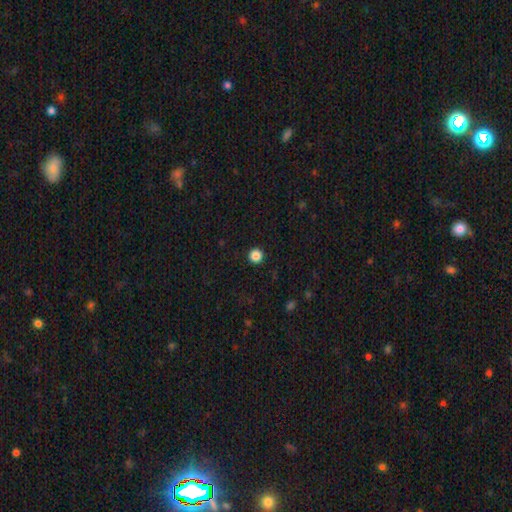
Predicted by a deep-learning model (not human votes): smooth-or-featured: smooth: 87% | star or artifact: 11% | featured or disk: 3%
  how-rounded: round: 95% | in between: 4% | cigar-shaped: 1%
  merging: none: 93% | minor disturbance: 4% | major disturbance: 2% | merger: 1%